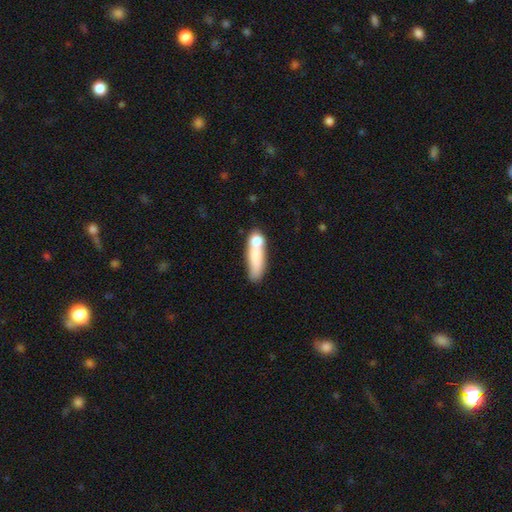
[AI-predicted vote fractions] A smooth galaxy with no disk features (72%) that is cigar-shaped (56%). Merging: merger (38%).